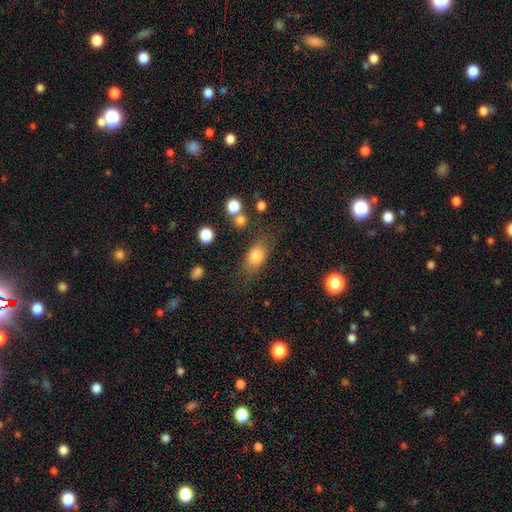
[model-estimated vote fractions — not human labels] smooth-or-featured: smooth: 80% | featured or disk: 10% | star or artifact: 10%
  how-rounded: in between: 78% | round: 17% | cigar-shaped: 5%
  merging: none: 72% | minor disturbance: 17% | major disturbance: 7% | merger: 4%